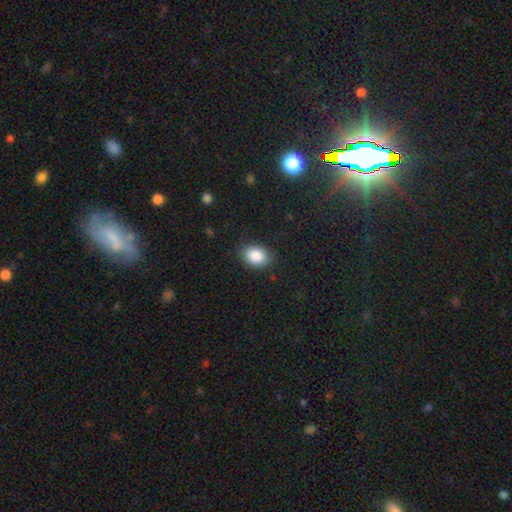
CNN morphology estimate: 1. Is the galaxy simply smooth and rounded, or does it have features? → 88% smooth, 8% star or artifact, 4% featured or disk.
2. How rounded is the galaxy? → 71% in between, 28% round, 1% cigar-shaped.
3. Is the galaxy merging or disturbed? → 84% none, 11% minor disturbance, 3% major disturbance, 1% merger.